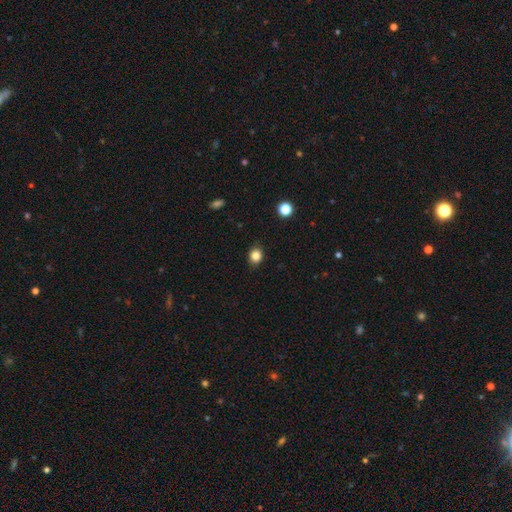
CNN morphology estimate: smooth-or-featured: smooth: 84% | star or artifact: 11% | featured or disk: 5%
  how-rounded: round: 57% | in between: 42% | cigar-shaped: 1%
  merging: none: 86% | minor disturbance: 11% | major disturbance: 2% | merger: 1%